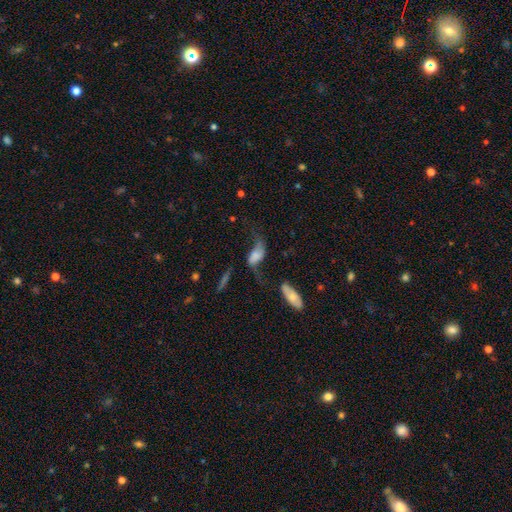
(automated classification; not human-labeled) This is possibly a featured or disk galaxy (59%). It is clearly not viewed edge-on (89%). Bar: possibly no (55%). Spiral arm pattern: clearly yes (81%). Central bulge: marginally none (34%). Merging: marginally none (35%).